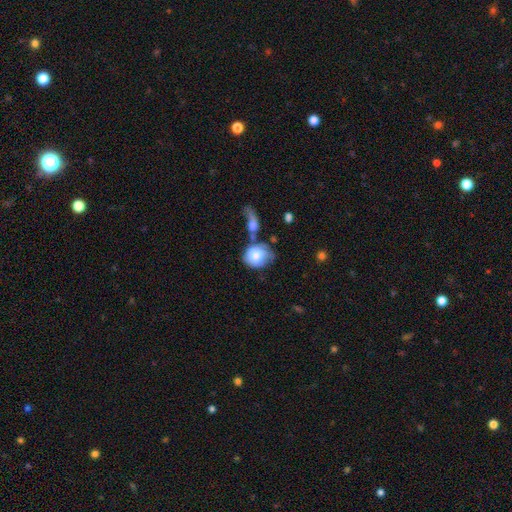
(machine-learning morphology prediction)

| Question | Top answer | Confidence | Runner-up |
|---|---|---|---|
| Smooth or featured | smooth | 69% | featured or disk (24%) |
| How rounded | round | 65% | in between (33%) |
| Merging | none | 30% | tied: merger (30%) |